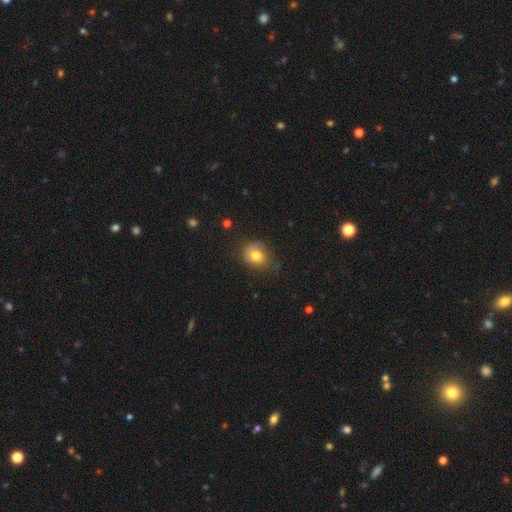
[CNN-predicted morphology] The model was most divided on "merging": none: 52%, minor disturbance: 30%, major disturbance: 16%, merger: 2%. More confident: smooth or featured — smooth (71%); how rounded — round (64%).